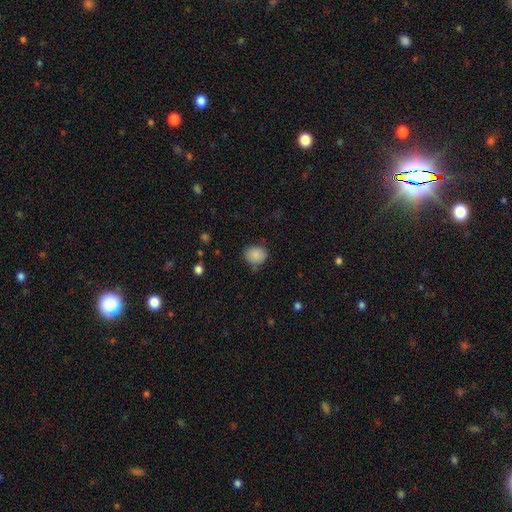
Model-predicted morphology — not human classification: A smooth galaxy with no disk features (86%) that is round (58%).

Vote fractions:
- Smooth or featured? smooth: 86% / star or artifact: 9% / featured or disk: 5%
- How rounded? round: 58% / in between: 41% / cigar-shaped: 1%
- Merging? none: 76% / minor disturbance: 17% / major disturbance: 4% / merger: 3%